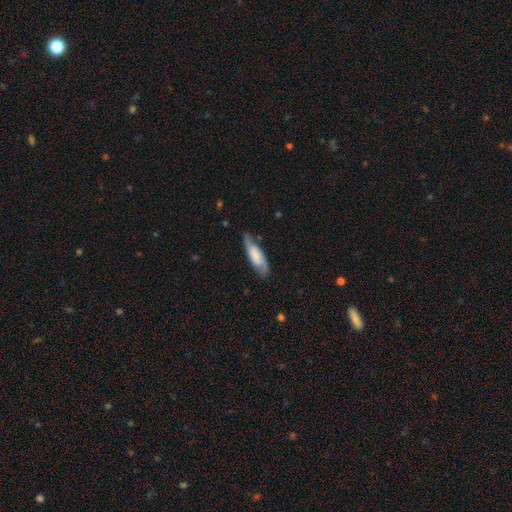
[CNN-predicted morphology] A featured or disk galaxy (49%). Merging: none (68%).